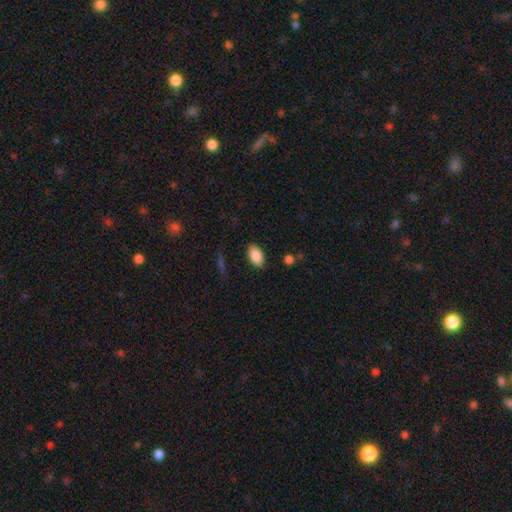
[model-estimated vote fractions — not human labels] This is clearly a smooth galaxy (88%). How rounded: clearly in between (92%). Merging: clearly none (85%).